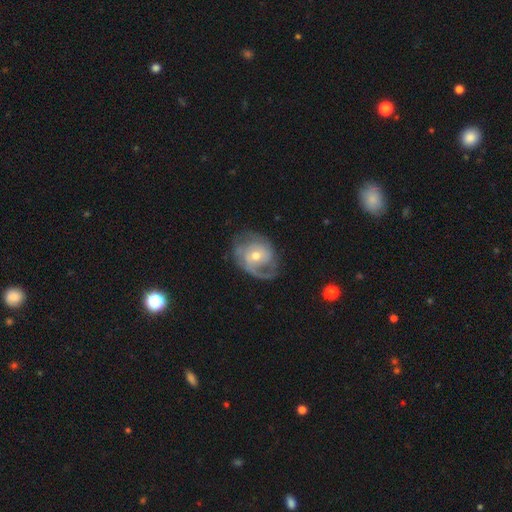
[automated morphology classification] The model was most divided on "spiral winding": medium: 40%, tight: 39%, loose: 21%. Remaining: edge-on disk — no (97%); spiral arms — yes (87%); smooth or featured — featured or disk (78%); bar — no (66%); bulge size — moderate (62%); merging — none (60%); spiral arm count — 2 (49%).